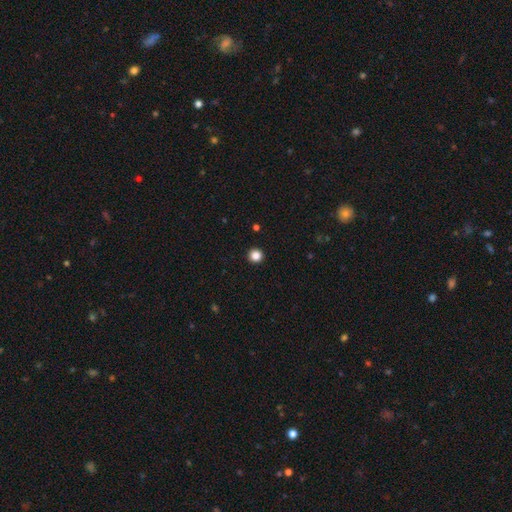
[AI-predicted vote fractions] This is clearly a smooth galaxy (85%). How rounded: clearly round (96%). Merging: clearly none (94%).